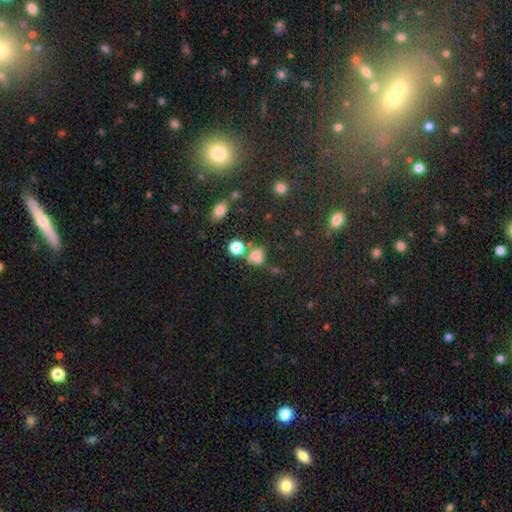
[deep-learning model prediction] Smooth or featured: smooth — 65% (star or artifact — 22%)
How rounded: in between — 51% (round — 47%)
Merging: none — 38% (merger — 36%)